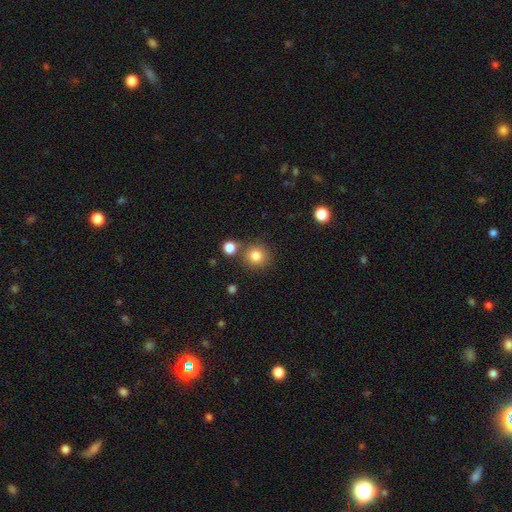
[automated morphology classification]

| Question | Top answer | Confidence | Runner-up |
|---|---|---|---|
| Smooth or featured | smooth | 83% | star or artifact (11%) |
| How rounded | round | 91% | in between (8%) |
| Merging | none | 77% | merger (11%) |